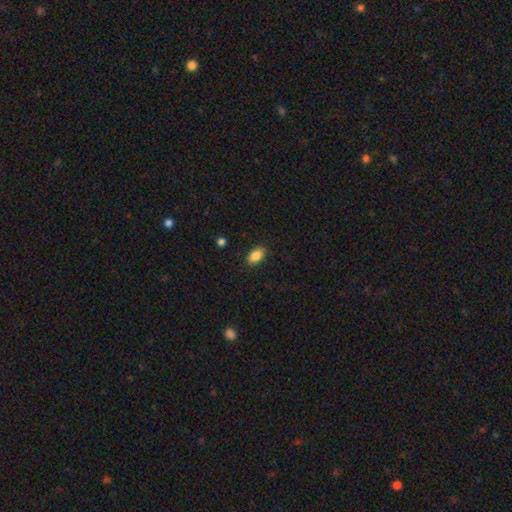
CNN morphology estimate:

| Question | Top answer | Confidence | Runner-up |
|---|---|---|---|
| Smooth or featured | smooth | 87% | star or artifact (8%) |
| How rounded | in between | 91% | round (7%) |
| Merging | none | 88% | minor disturbance (9%) |